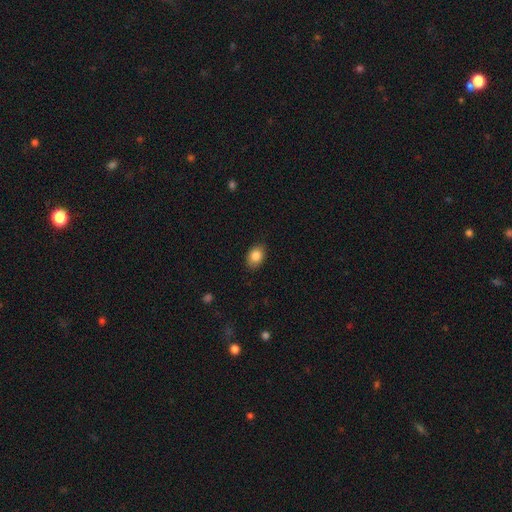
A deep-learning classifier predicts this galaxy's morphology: smooth_or_featured: smooth (p=0.86) [alt: star or artifact p=0.08]
how_rounded: in between (p=0.74) [alt: round p=0.25]
merging: none (p=0.85) [alt: minor disturbance p=0.11]